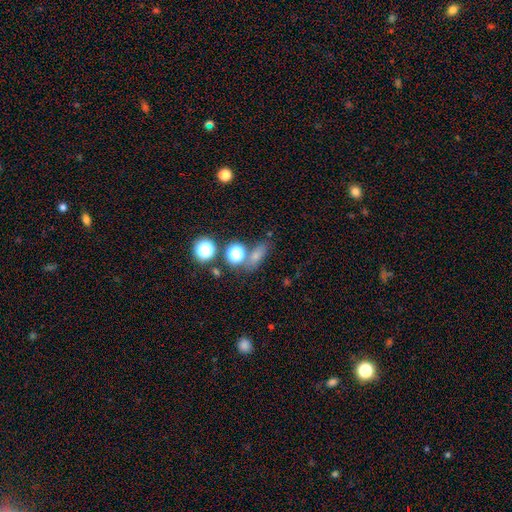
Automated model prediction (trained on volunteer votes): smooth 64%, star or artifact 24%, featured or disk 12%. Down the decision tree: how rounded — in between (56%); merging — none (67%).